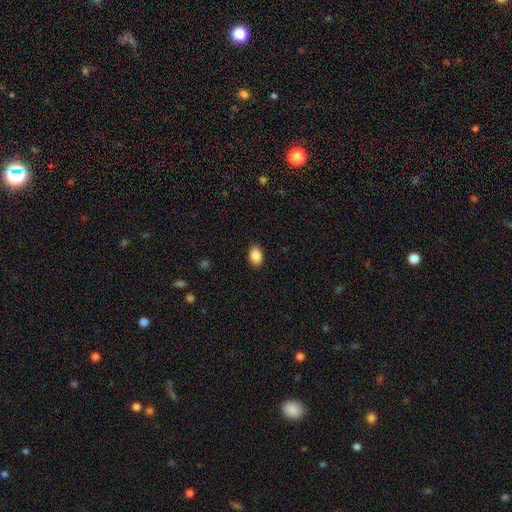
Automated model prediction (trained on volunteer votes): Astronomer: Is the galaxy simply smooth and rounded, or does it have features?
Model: smooth — 88%.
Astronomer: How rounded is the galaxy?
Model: in between — 89%.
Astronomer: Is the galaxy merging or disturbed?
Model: none — 89%.